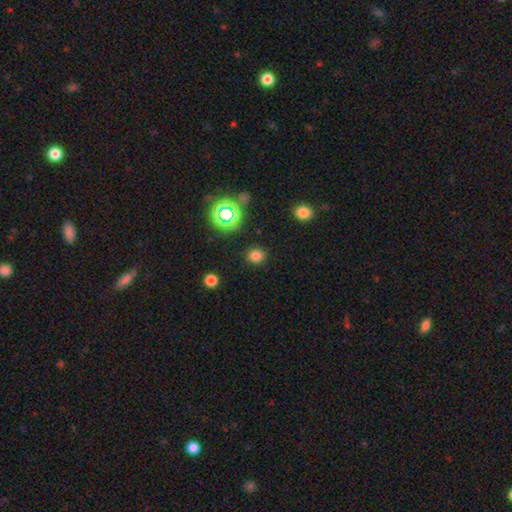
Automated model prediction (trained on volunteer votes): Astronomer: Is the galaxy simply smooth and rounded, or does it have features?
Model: smooth — 75%.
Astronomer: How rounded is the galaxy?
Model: round — 77%.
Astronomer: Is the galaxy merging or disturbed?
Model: none — 88%.